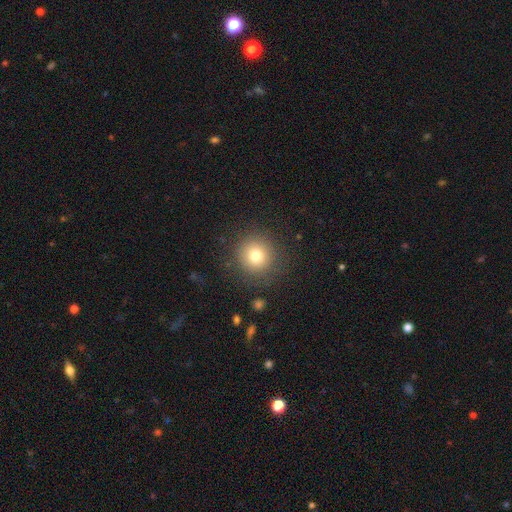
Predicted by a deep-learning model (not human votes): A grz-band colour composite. It shows a smooth galaxy with no disk features (77%) that is round (94%). Merging: none (87%).